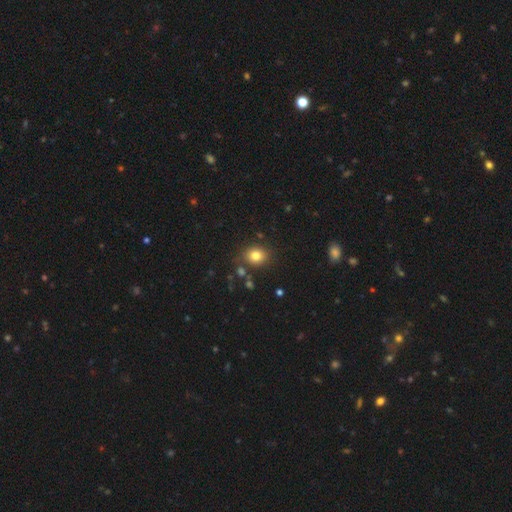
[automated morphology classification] Smooth or featured? Predicted: smooth (p=0.80). How rounded? Predicted: round (p=0.67). Merging? Predicted: none (p=0.80).